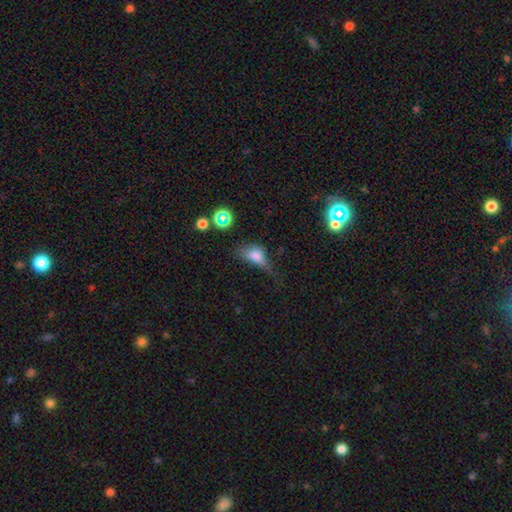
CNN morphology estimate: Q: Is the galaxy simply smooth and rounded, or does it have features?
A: smooth — 67%.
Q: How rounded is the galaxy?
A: in between — 75%.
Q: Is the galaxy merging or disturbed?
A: major disturbance — 39%.